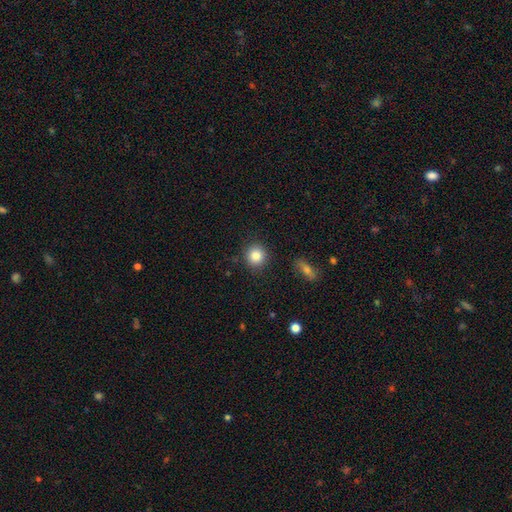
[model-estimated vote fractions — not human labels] Smooth or featured? Predicted: smooth (p=0.85). How rounded? Predicted: round (p=0.88). Merging? Predicted: none (p=0.88).